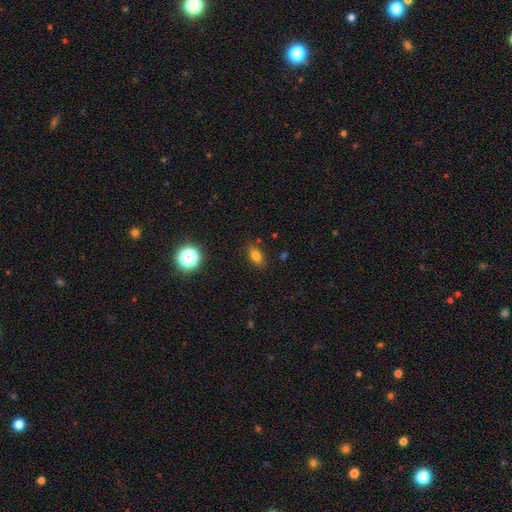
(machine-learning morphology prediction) The model was most divided on "smooth or featured": smooth: 78%, star or artifact: 14%, featured or disk: 8%. More confident: merging — none (85%); how rounded — in between (83%).